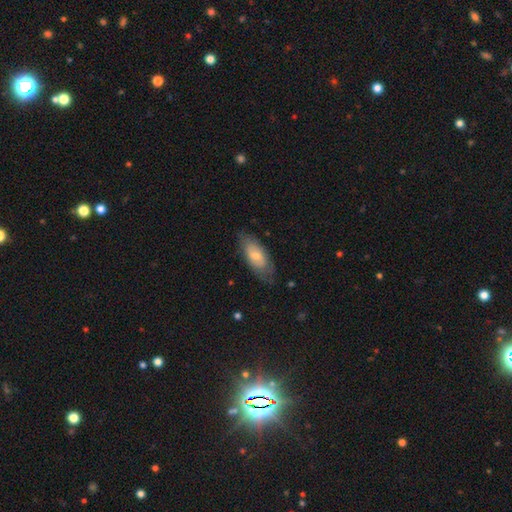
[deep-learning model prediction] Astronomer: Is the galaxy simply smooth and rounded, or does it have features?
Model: smooth — 62%.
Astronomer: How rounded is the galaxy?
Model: in between — 83%.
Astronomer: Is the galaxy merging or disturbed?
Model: none — 68%.